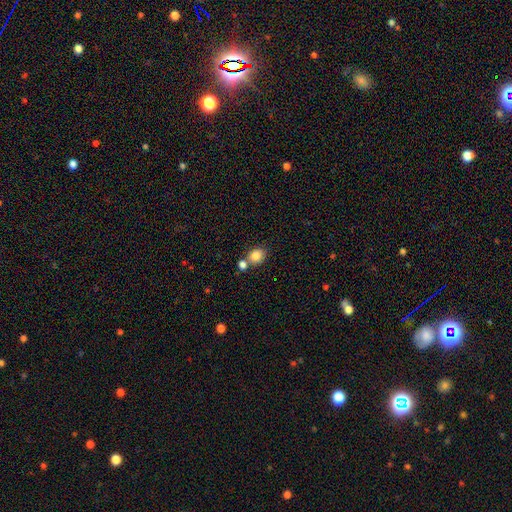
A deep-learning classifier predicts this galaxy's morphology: Smooth or featured? Predicted: smooth (p=0.84). How rounded? Predicted: round (p=0.56). Merging? Predicted: none (p=0.59).